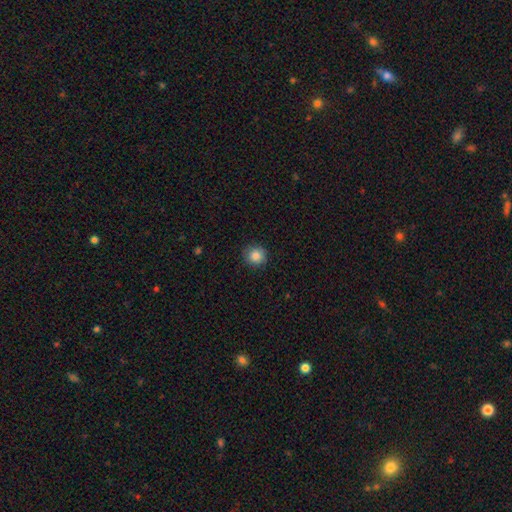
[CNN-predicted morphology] Smooth or featured? Predicted: smooth (p=0.87). How rounded? Predicted: round (p=0.91). Merging? Predicted: none (p=0.88).